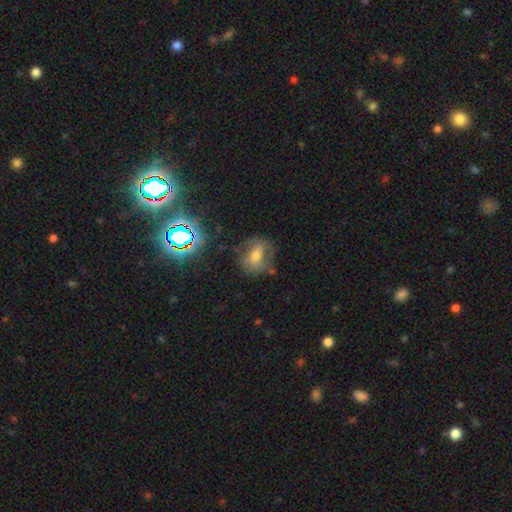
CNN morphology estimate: A smooth galaxy with no disk features (41%). Merging: none (65%).